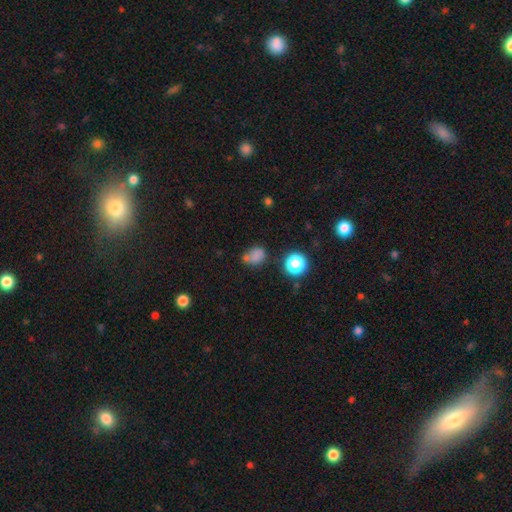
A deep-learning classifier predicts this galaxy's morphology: Smooth or featured? Predicted: smooth (p=0.73). How rounded? Predicted: round (p=0.50). Merging? Predicted: none (p=0.50).